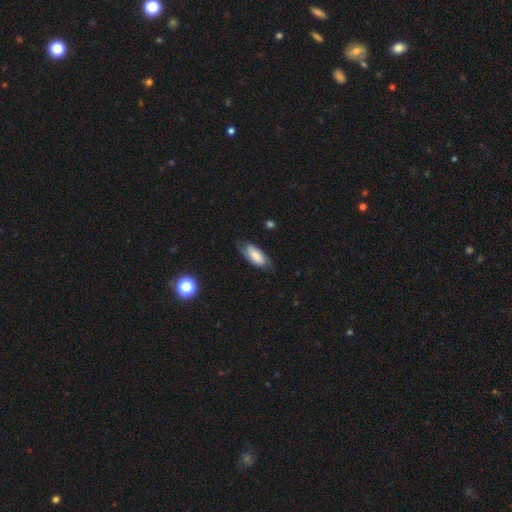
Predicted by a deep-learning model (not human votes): A smooth galaxy with no disk features (59%) that is in between round and cigar-shaped (85%).

Vote fractions:
- Smooth or featured? smooth: 59% / featured or disk: 34% / star or artifact: 7%
- How rounded? in between: 85% / cigar-shaped: 12% / round: 2%
- Merging? none: 70% / minor disturbance: 22% / major disturbance: 7% / merger: 1%